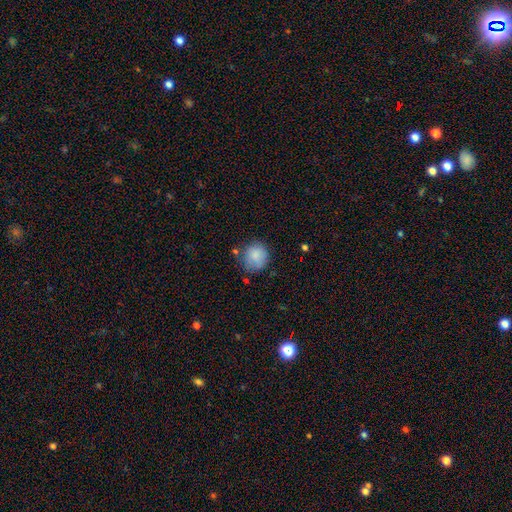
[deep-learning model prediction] smooth 84%, star or artifact 8%, featured or disk 7%. Down the decision tree: how rounded — round (86%); merging — none (70%).